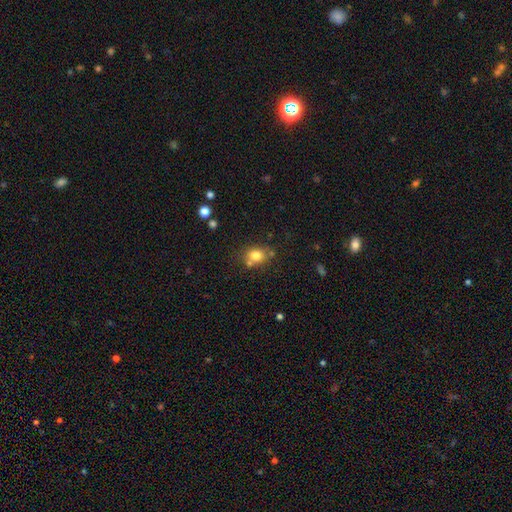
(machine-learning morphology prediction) A smooth galaxy with no disk features (78%) that is round (62%).

Vote fractions:
- Smooth or featured? smooth: 78% / star or artifact: 12% / featured or disk: 10%
- How rounded? round: 62% / in between: 37% / cigar-shaped: 1%
- Merging? none: 65% / merger: 17% / minor disturbance: 13% / major disturbance: 4%